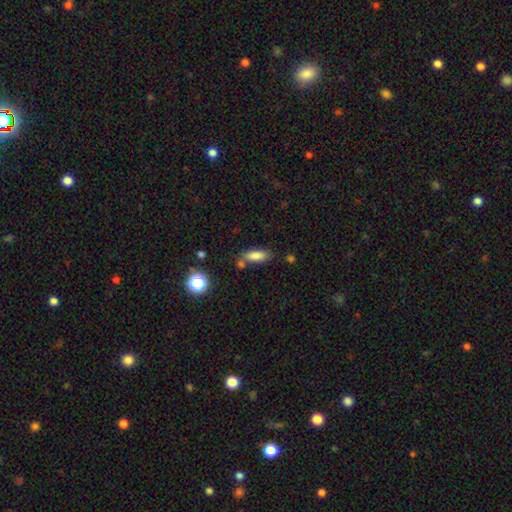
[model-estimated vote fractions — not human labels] A smooth galaxy with no disk features (82%) that is in between round and cigar-shaped (67%).

Vote fractions:
- Smooth or featured? smooth: 82% / star or artifact: 10% / featured or disk: 8%
- How rounded? in between: 67% / cigar-shaped: 30% / round: 3%
- Merging? none: 65% / minor disturbance: 16% / merger: 14% / major disturbance: 5%